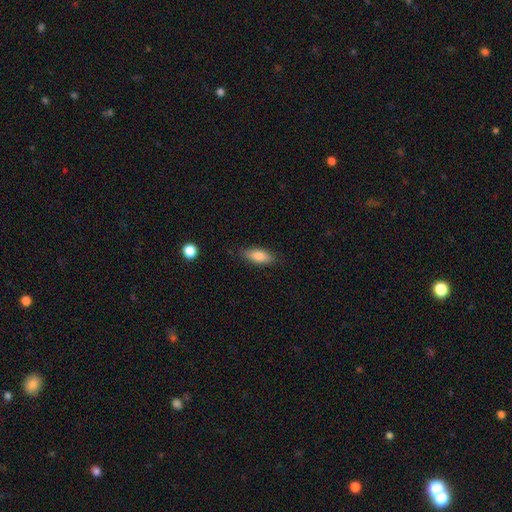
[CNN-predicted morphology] Smooth or featured?
  - smooth: 80% *
  - featured or disk: 13%
  - star or artifact: 7%
How rounded?
  - in between: 75% *
  - cigar-shaped: 22%
  - round: 3%
Merging?
  - none: 82% *
  - minor disturbance: 14%
  - major disturbance: 3%
  - merger: 1%